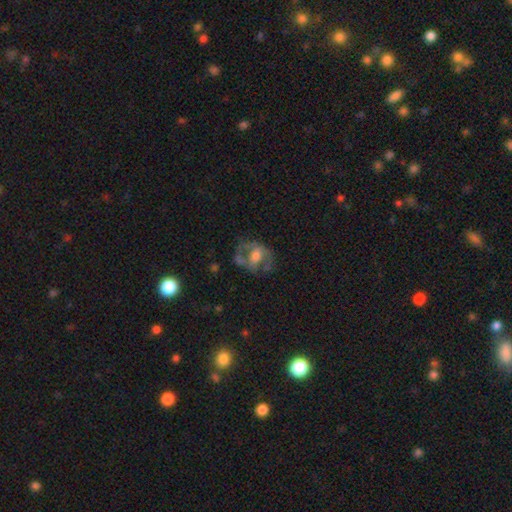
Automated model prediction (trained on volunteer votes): Morphology: type=featured or disk (62%); edge-on=no (95%); bar=no (54%); spiral arms=no (57%); bulge=moderate (58%); merging=none (51%).